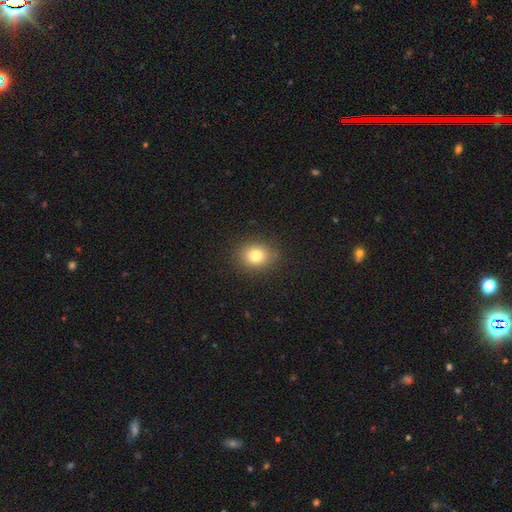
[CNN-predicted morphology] smooth-or-featured: smooth: 79% | star or artifact: 12% | featured or disk: 9%
  how-rounded: round: 60% | in between: 39% | cigar-shaped: 1%
  merging: none: 89% | minor disturbance: 8% | major disturbance: 3% | merger: 1%